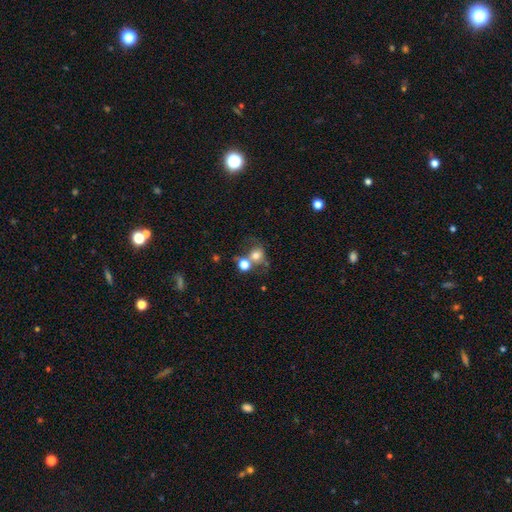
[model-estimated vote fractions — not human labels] Smooth or featured: smooth — 70% (featured or disk — 16%)
How rounded: round — 76% (in between — 23%)
Merging: merger — 40% (none — 38%)